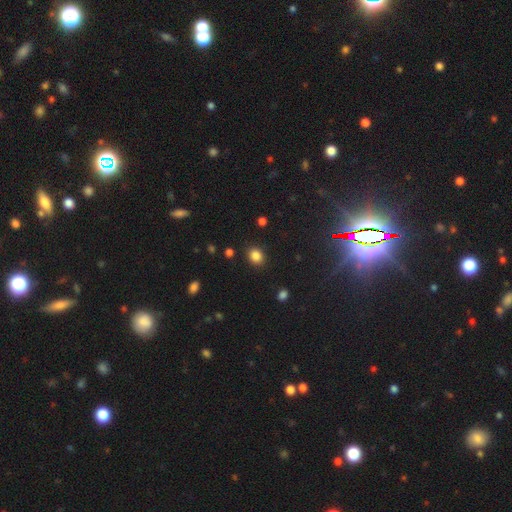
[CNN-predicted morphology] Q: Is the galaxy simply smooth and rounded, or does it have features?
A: smooth — 85%.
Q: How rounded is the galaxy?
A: round — 61%.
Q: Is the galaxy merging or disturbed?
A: none — 88%.